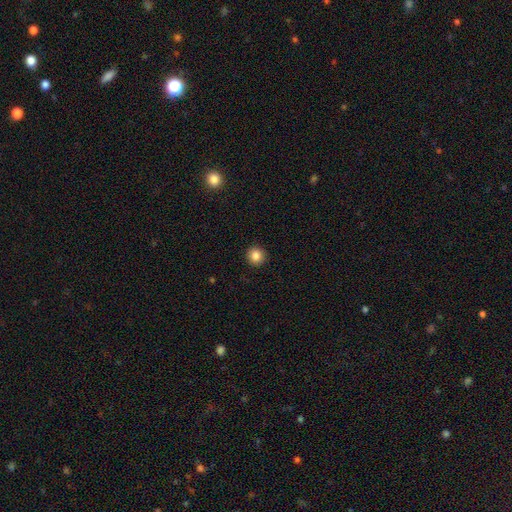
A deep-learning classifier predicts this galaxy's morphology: Smooth or featured? smooth (85%)
How rounded? round (93%)
Merging? none (93%)